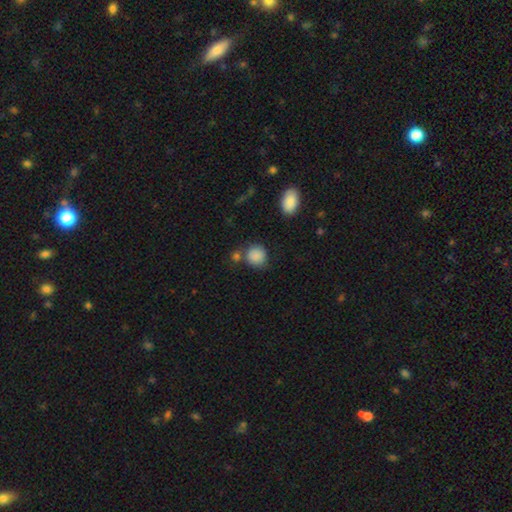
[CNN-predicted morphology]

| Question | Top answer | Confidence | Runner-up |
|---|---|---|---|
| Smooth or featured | smooth | 87% | star or artifact (9%) |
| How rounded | round | 83% | in between (15%) |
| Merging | none | 68% | minor disturbance (14%) |